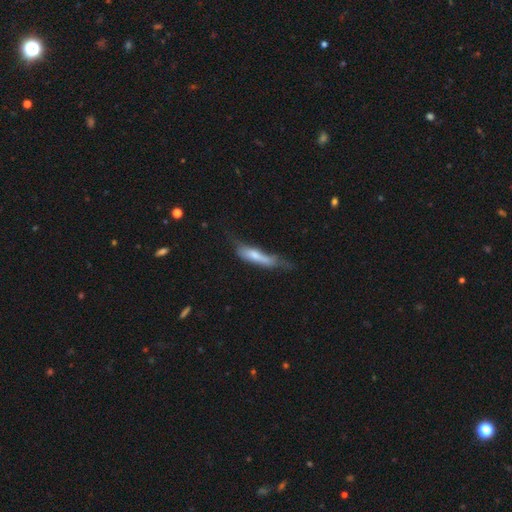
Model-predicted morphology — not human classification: This is likely a smooth galaxy (62%). How rounded: likely cigar-shaped (69%). Merging: marginally minor disturbance (32%).